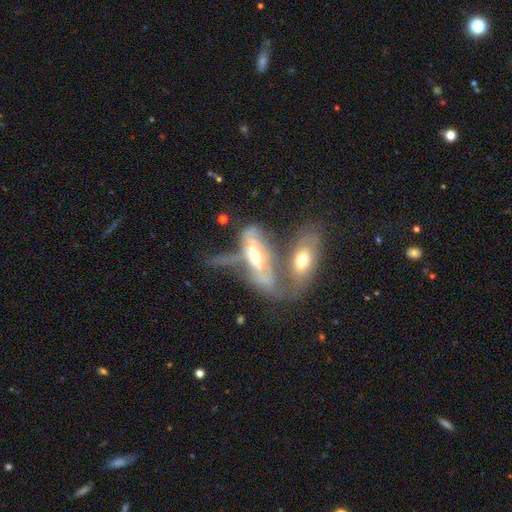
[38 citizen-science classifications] A featured or disk galaxy (53%) with a weak bar (53%), 2 (50%, tied with can't tell) tight (90%) spiral arms (59%) and a moderate central bulge (65%). Merging: merger (66%).